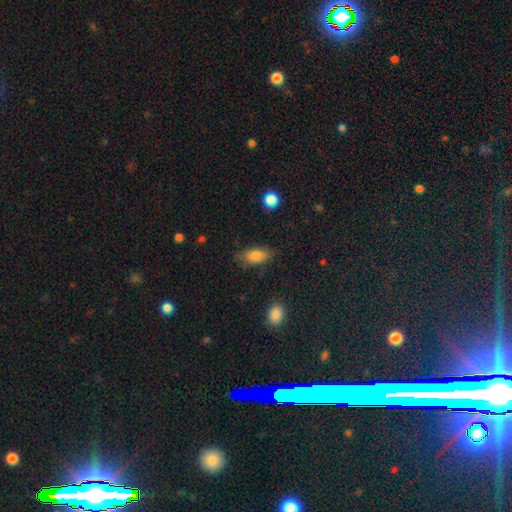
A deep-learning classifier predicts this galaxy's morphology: Overall: smooth (84%). How rounded: in between (87%). Merging: none (76%).